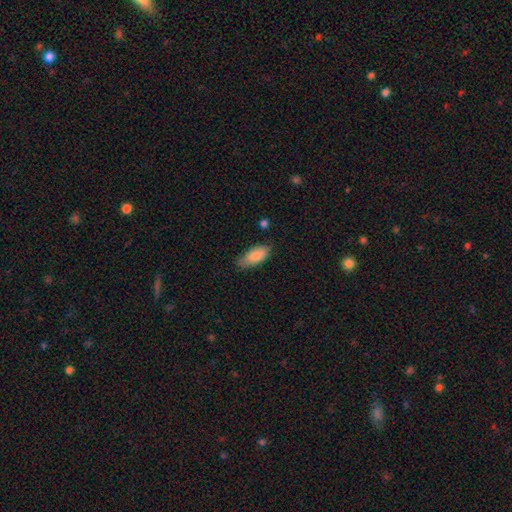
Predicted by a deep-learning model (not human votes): smooth 84%, featured or disk 10%, star or artifact 6%. Down the decision tree: how rounded — in between (86%); merging — none (72%).